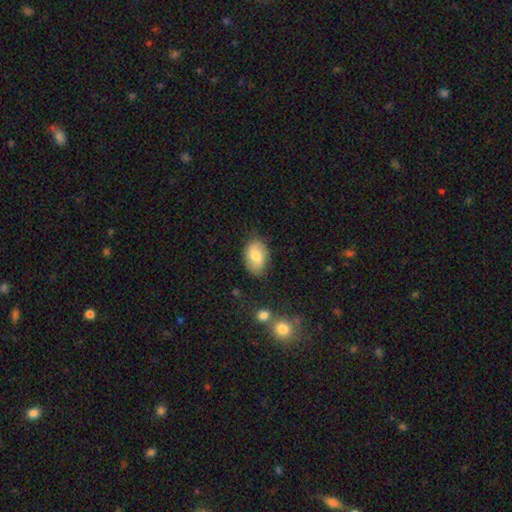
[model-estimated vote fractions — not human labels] This is likely a smooth galaxy (74%). How rounded: clearly in between (87%). Merging: clearly none (80%).